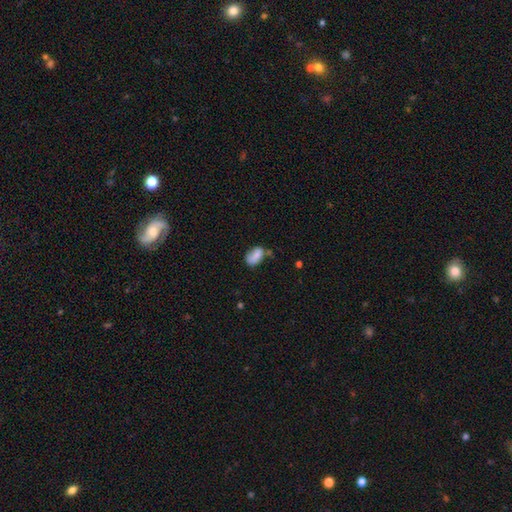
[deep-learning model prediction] Smooth or featured? smooth (75%)
How rounded? in between (88%)
Merging? none (50%)